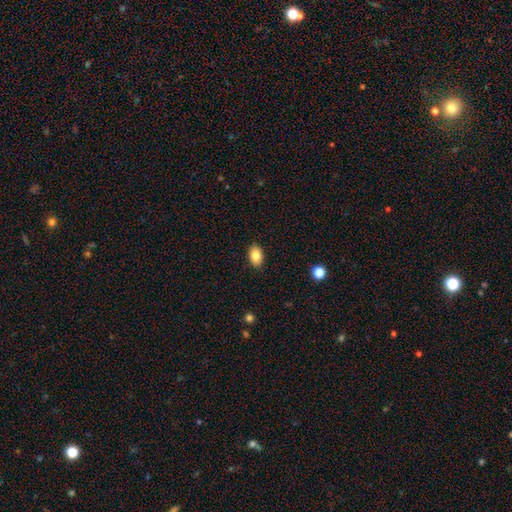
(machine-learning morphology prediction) This appears to be a smooth galaxy with no disk features (84%) that is in between round and cigar-shaped (88%). Merging: none (89%).